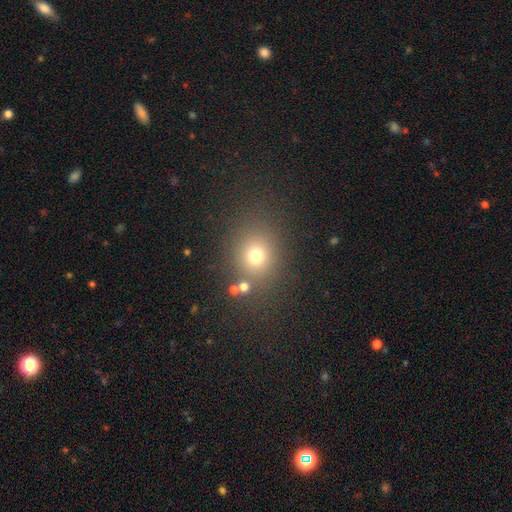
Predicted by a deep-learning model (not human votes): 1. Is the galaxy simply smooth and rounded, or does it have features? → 72% smooth, 19% star or artifact, 9% featured or disk.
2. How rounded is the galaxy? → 76% round, 23% in between, 1% cigar-shaped.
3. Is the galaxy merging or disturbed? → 78% none, 10% minor disturbance, 6% merger, 6% major disturbance.